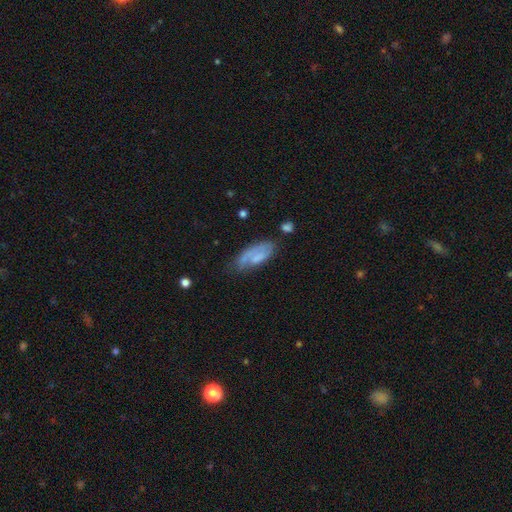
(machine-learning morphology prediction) Smooth or featured? Predicted: smooth (p=0.50). How rounded? Predicted: in between (p=0.79). Merging? Predicted: none (p=0.47).